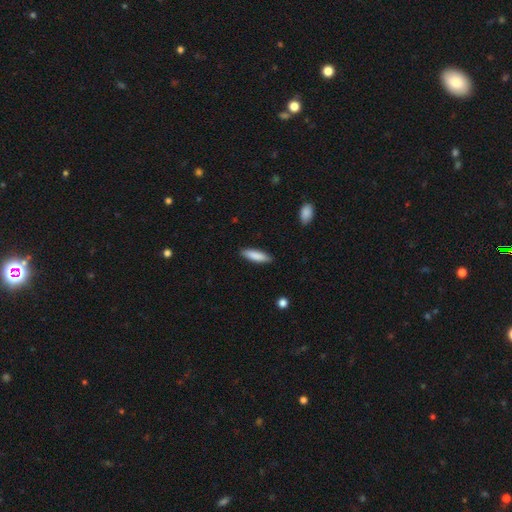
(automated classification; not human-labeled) smooth 85%, featured or disk 9%, star or artifact 6%. Down the decision tree: how rounded — cigar-shaped (64%); merging — none (88%).